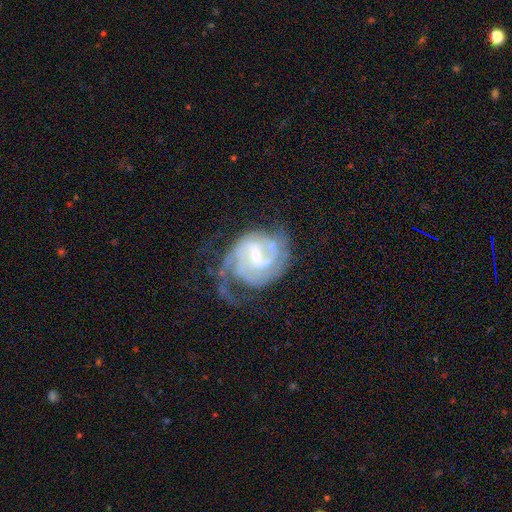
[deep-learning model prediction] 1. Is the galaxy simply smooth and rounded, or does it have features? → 87% featured or disk, 7% smooth, 5% star or artifact.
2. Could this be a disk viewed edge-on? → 98% no, 2% yes.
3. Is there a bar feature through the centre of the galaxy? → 56% weak, 30% strong, 13% no.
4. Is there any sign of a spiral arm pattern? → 95% yes, 5% no.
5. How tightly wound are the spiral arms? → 47% tight, 40% medium, 13% loose.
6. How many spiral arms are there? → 47% 2, 22% can't tell, 16% 3, 6% 1, 5% 4, 3% more than 4.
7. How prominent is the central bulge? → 51% small, 38% moderate, 7% none, 3% large, 1% dominant.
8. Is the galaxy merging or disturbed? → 47% none, 27% major disturbance, 23% minor disturbance, 3% merger.